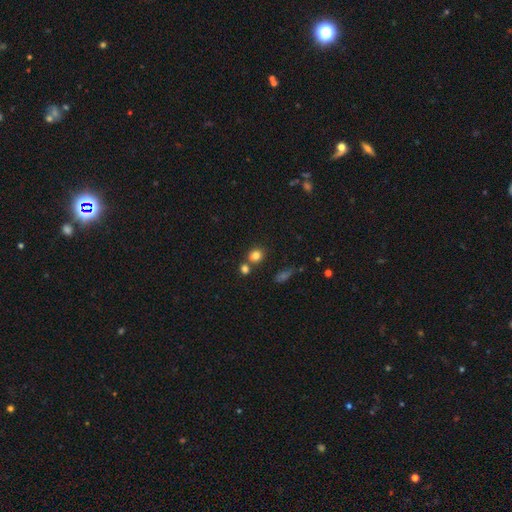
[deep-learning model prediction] This is likely a smooth galaxy (80%). How rounded: likely round (73%). Merging: likely none (66%).